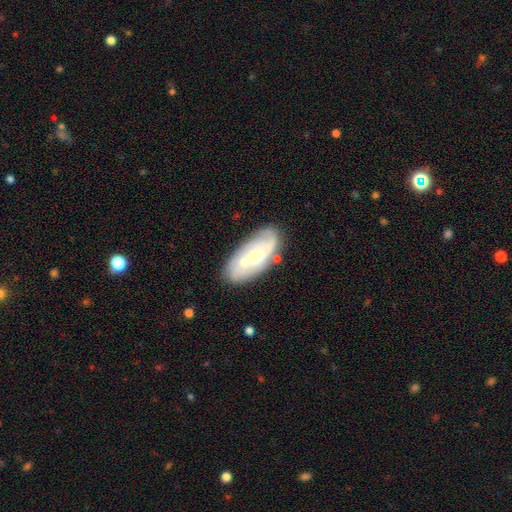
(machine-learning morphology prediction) Smooth or featured? featured or disk (61%)
Edge-on disk? no (91%)
Bar? no (74%)
Spiral arms? yes (75%)
Bulge size? small (58%)
Merging? none (67%)